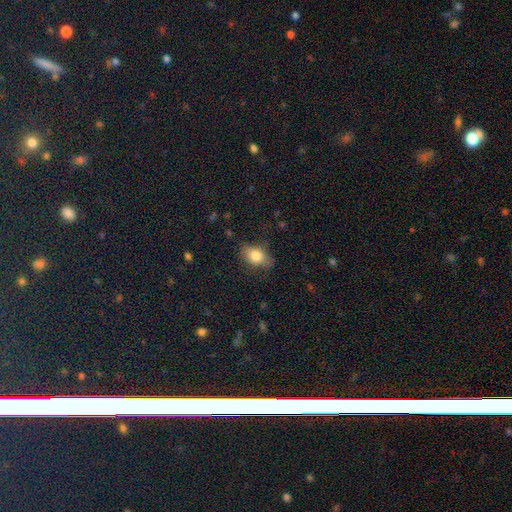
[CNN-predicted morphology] Q: Smooth or featured?
A: smooth (81%); runner-up: featured or disk (11%)
Q: How rounded?
A: in between (80%); runner-up: round (17%)
Q: Merging?
A: none (74%); runner-up: minor disturbance (19%)